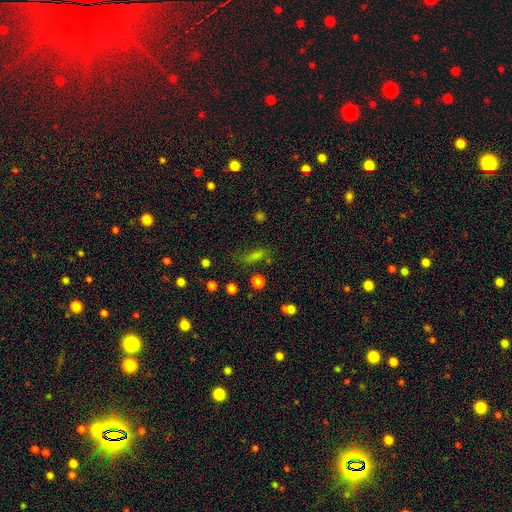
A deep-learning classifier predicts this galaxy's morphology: smooth-or-featured: smooth: 57% | star or artifact: 28% | featured or disk: 15%
  how-rounded: in between: 49% | cigar-shaped: 41% | round: 10%
  merging: none: 64% | minor disturbance: 20% | major disturbance: 12% | merger: 5%